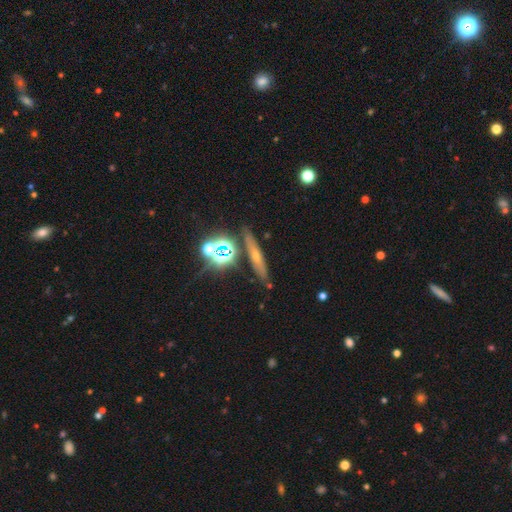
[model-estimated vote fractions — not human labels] A featured or disk galaxy (39%). Merging: none (82%).